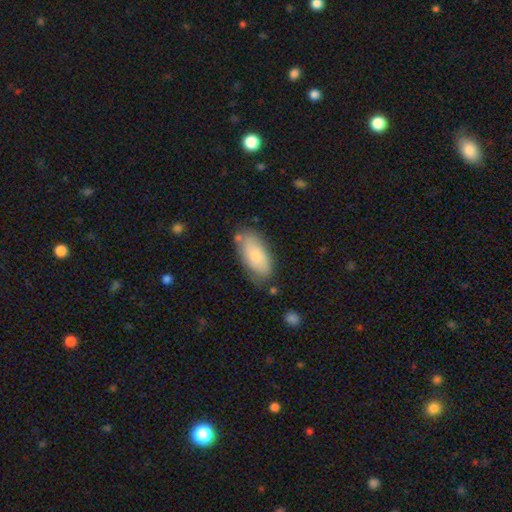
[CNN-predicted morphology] smooth_or_featured: smooth (p=0.76) [alt: featured or disk p=0.18]
how_rounded: in between (p=0.91) [alt: cigar-shaped p=0.07]
merging: none (p=0.69) [alt: minor disturbance p=0.21]